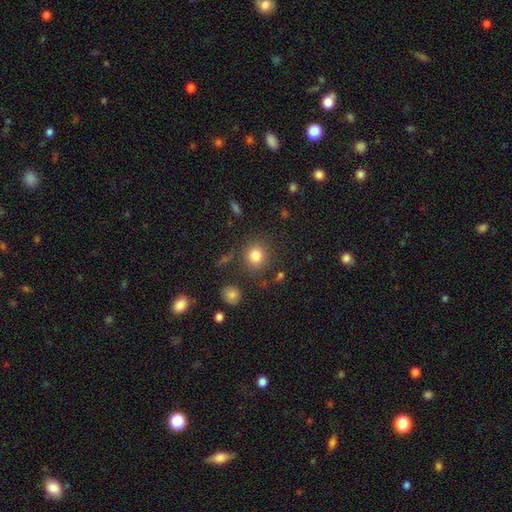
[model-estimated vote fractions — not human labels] Smooth or featured?
  - smooth: 82% *
  - star or artifact: 11%
  - featured or disk: 7%
How rounded?
  - round: 85% *
  - in between: 14%
  - cigar-shaped: 1%
Merging?
  - none: 83% *
  - minor disturbance: 10%
  - merger: 4%
  - major disturbance: 4%